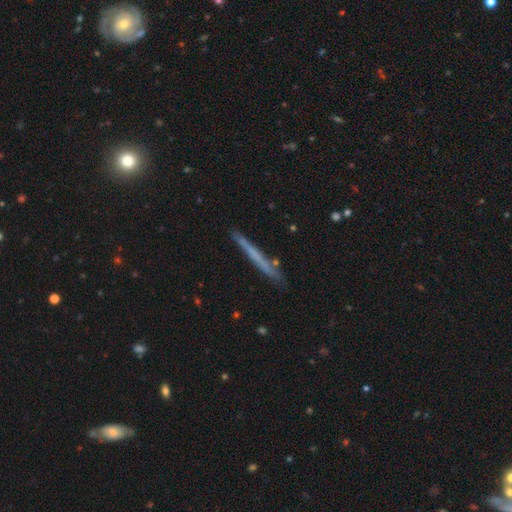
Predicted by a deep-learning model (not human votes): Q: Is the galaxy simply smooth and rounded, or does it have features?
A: featured or disk — 47%.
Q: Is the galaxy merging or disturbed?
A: none — 86%.